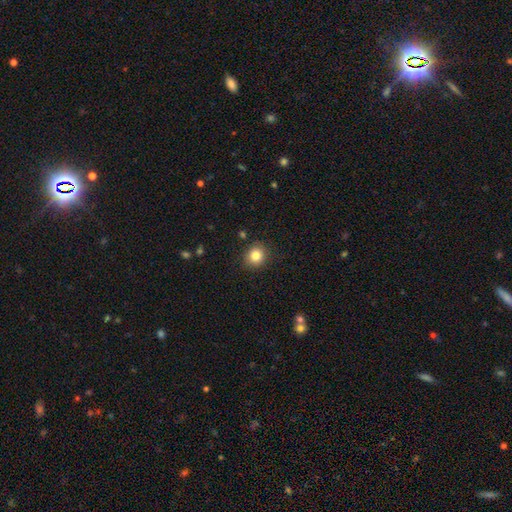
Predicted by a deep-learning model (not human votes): Smooth or featured? smooth (82%)
How rounded? round (80%)
Merging? none (87%)